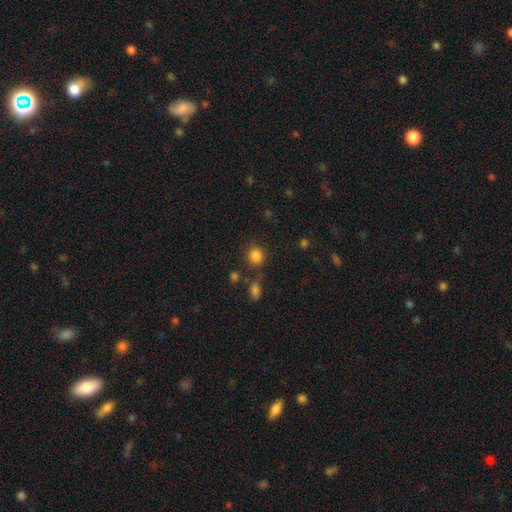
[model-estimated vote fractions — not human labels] smooth-or-featured: smooth: 84% | star or artifact: 12% | featured or disk: 5%
  how-rounded: round: 78% | in between: 21% | cigar-shaped: 1%
  merging: none: 77% | minor disturbance: 12% | merger: 7% | major disturbance: 5%